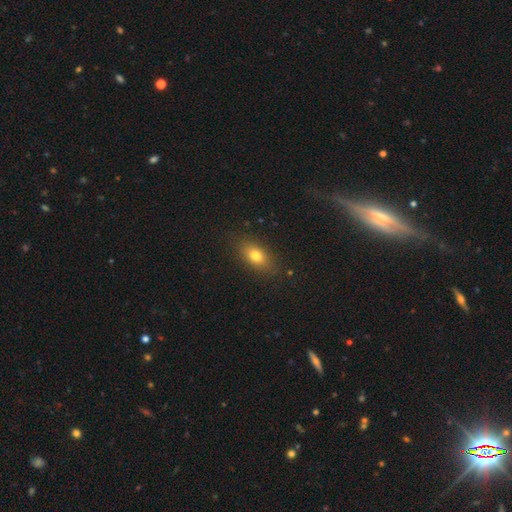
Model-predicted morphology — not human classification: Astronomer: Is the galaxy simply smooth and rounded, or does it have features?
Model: smooth — 77%.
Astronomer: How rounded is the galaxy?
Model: in between — 81%.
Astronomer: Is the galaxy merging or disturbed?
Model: none — 84%.